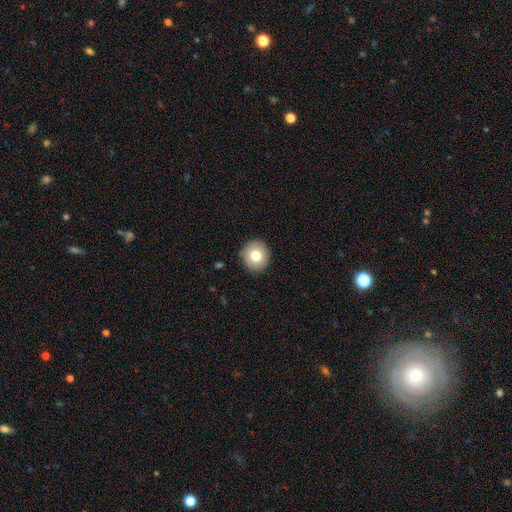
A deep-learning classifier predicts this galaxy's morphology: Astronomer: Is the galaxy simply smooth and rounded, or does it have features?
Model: smooth — 79%.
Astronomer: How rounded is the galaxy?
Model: round — 90%.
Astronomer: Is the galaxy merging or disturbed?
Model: none — 90%.